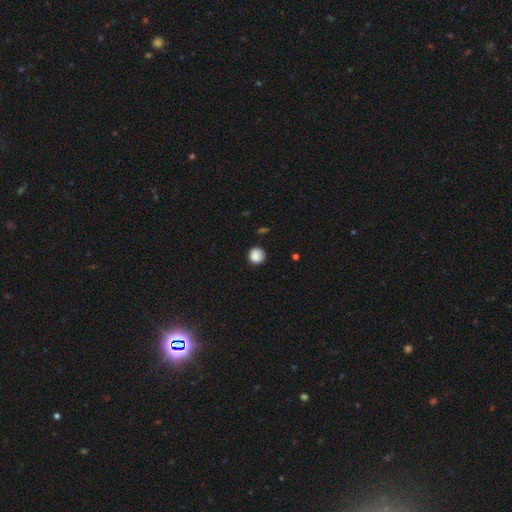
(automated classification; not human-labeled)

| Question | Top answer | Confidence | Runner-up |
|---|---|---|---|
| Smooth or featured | smooth | 88% | star or artifact (9%) |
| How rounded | round | 93% | in between (6%) |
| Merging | none | 88% | minor disturbance (9%) |